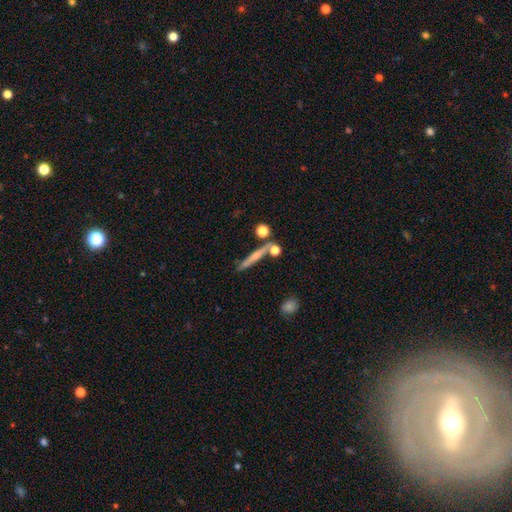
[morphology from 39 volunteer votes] Q: Smooth or featured?
A: featured or disk (51%); runner-up: smooth (46%)
Q: Edge-on disk?
A: yes (100%)
Q: Edge-on bulge?
A: rounded (60%); runner-up: none (30%)
Q: Merging?
A: none (79%); runner-up: merger (11%)